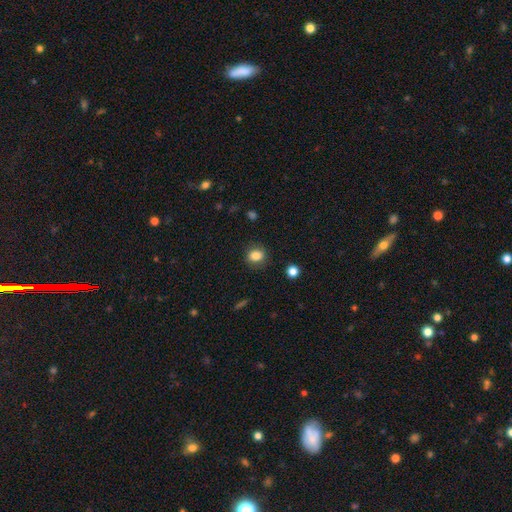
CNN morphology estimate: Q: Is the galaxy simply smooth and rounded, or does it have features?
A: smooth — 83%.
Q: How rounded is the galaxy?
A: round — 59%.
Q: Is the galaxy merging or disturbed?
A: none — 81%.